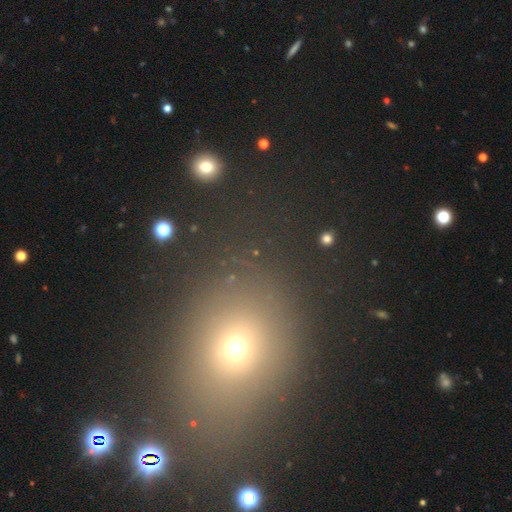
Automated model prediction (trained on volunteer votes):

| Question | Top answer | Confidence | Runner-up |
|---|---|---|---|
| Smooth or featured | smooth | 52% | star or artifact (38%) |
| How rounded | round | 58% | in between (40%) |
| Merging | none | 79% | minor disturbance (10%) |